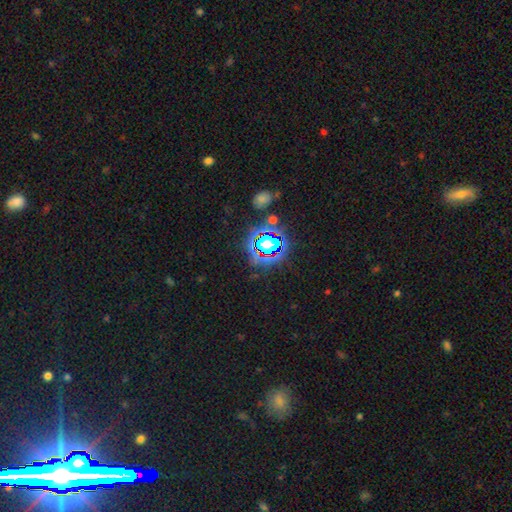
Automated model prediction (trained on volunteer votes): smooth_or_featured: star or artifact (p=0.76) [alt: smooth p=0.16]